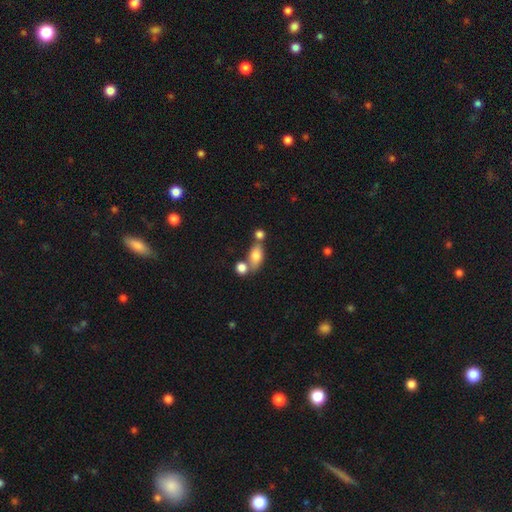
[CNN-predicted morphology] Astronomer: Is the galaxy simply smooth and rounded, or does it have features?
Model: smooth — 77%.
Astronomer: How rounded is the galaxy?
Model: in between — 81%.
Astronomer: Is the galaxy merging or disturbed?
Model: none — 48% (runner-up: merger, 34%).